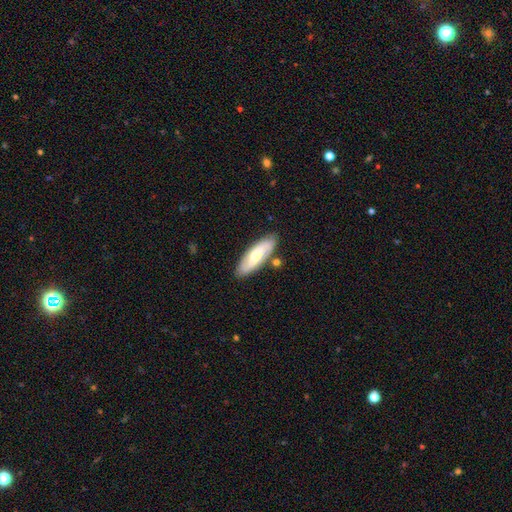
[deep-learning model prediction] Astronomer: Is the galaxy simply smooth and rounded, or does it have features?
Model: featured or disk — 48% (runner-up: smooth, 46%).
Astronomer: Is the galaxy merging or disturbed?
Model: none — 82%.